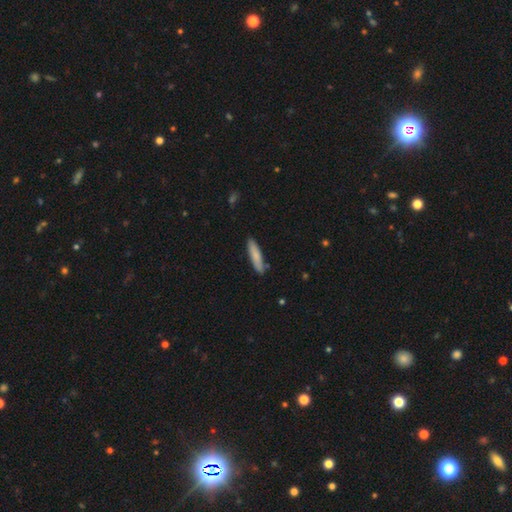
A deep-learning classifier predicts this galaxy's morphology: smooth_or_featured: smooth (p=0.80) [alt: featured or disk p=0.14]
how_rounded: cigar-shaped (p=0.84) [alt: in between p=0.15]
merging: none (p=0.84) [alt: minor disturbance p=0.11]